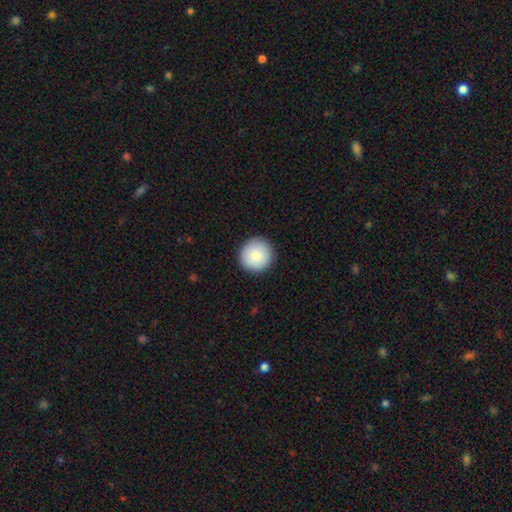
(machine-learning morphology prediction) type=smooth (85%); roundness=round (95%); merging=none (91%).